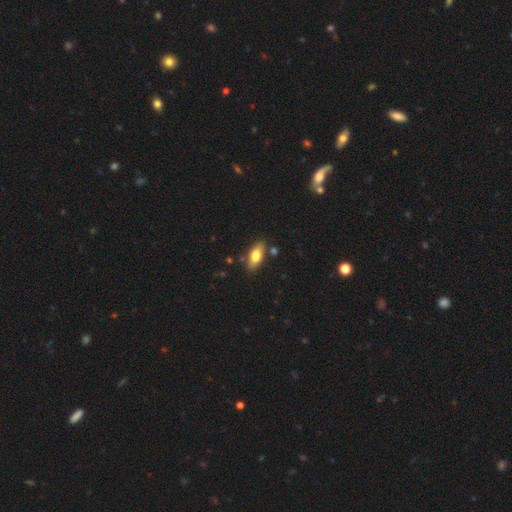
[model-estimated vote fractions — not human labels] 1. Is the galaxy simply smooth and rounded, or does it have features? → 72% smooth, 21% featured or disk, 7% star or artifact.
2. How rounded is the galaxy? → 81% in between, 16% cigar-shaped, 3% round.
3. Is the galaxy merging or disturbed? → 79% none, 13% minor disturbance, 5% merger, 3% major disturbance.